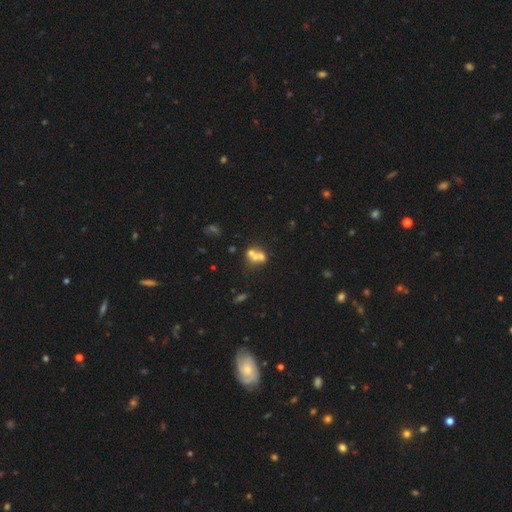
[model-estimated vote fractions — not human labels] The model was most divided on "smooth or featured": smooth: 52%, featured or disk: 31%, star or artifact: 17%. More confident: how rounded — round (62%); merging — merger (58%).